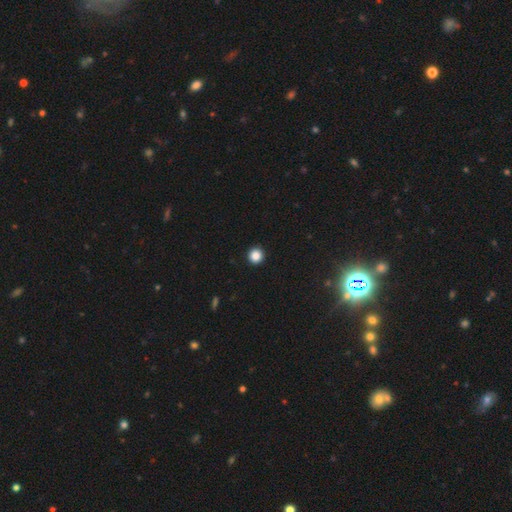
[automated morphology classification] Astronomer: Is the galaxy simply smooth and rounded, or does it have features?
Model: smooth — 86%.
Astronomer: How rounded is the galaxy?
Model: round — 96%.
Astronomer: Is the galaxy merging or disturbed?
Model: none — 94%.